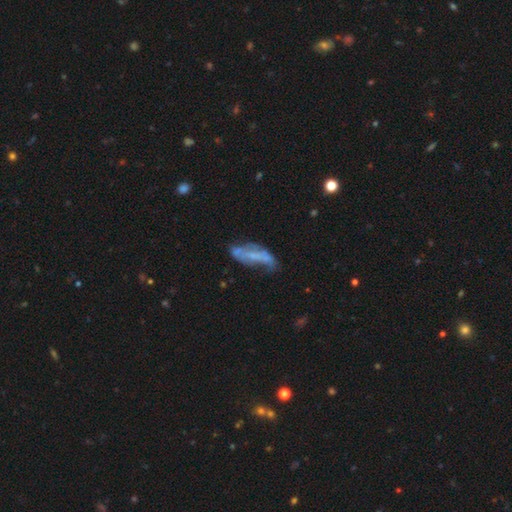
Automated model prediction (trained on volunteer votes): A featured or disk galaxy (56%).

Vote fractions:
- Smooth or featured? featured or disk: 56% / smooth: 34% / star or artifact: 9%
- Edge-on disk? no: 81% / yes: 19%
- Merging? none: 39% / minor disturbance: 29% / major disturbance: 23% / merger: 9%